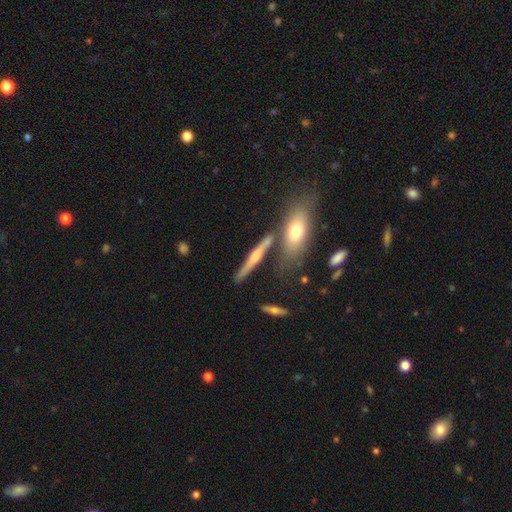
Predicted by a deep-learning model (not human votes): Morphology: type=featured or disk (58%); edge-on=yes (93%); edge-on bulge=rounded (79%); merging=none (72%).